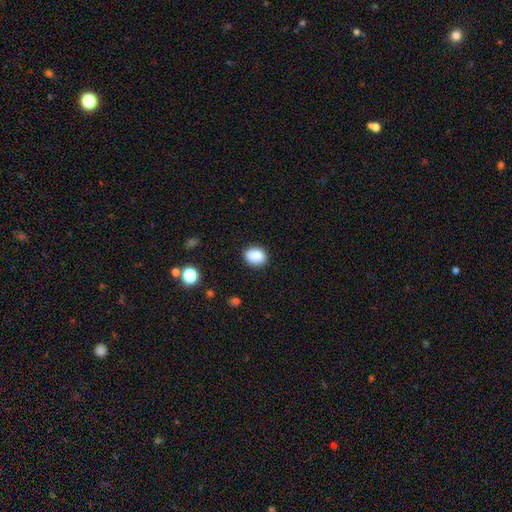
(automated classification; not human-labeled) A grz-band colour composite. It shows a smooth galaxy with no disk features (85%) that is round (55%). Merging: none (85%).